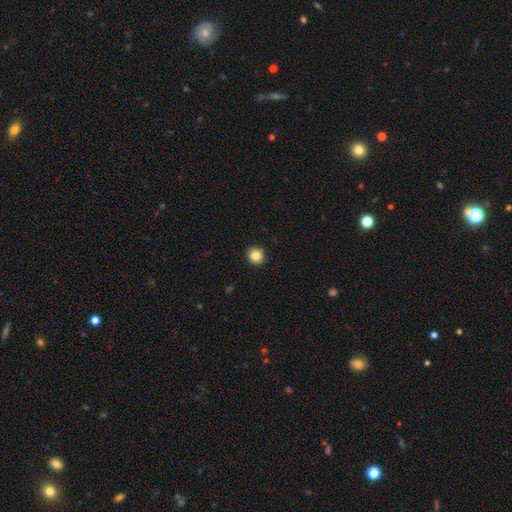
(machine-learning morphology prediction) smooth_or_featured: smooth (p=0.86) [alt: star or artifact p=0.10]
how_rounded: round (p=0.89) [alt: in between p=0.10]
merging: none (p=0.92) [alt: minor disturbance p=0.05]